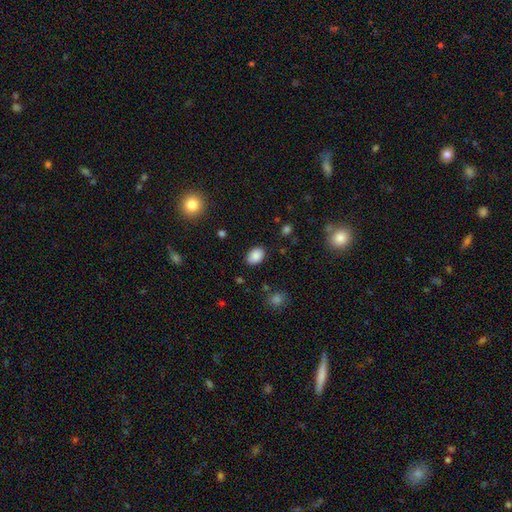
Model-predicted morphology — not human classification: Smooth or featured? smooth (87%)
How rounded? in between (83%)
Merging? none (86%)